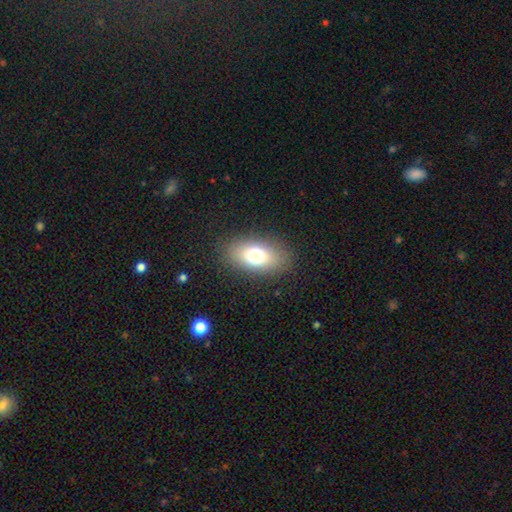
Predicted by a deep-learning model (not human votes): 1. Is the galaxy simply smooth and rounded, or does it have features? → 72% smooth, 17% featured or disk, 12% star or artifact.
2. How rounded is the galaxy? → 86% in between, 11% round, 4% cigar-shaped.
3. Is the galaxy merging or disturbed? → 86% none, 9% minor disturbance, 4% major disturbance, 1% merger.